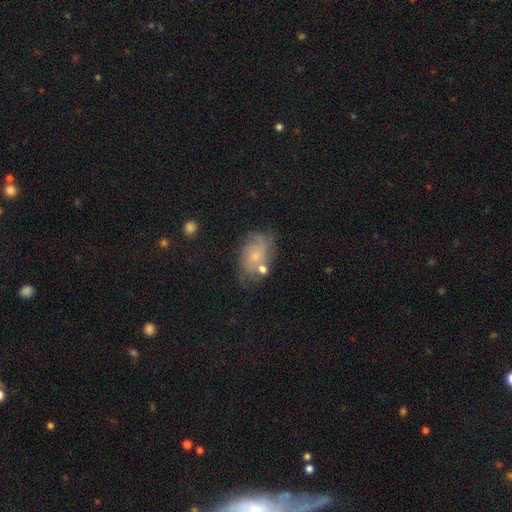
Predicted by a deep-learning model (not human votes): The model was most divided on "smooth or featured": featured or disk: 56%, smooth: 34%, star or artifact: 10%. More confident: edge-on disk — no (96%); spiral arms — yes (81%); bar — no (77%); bulge size — small (65%); merging — none (54%).